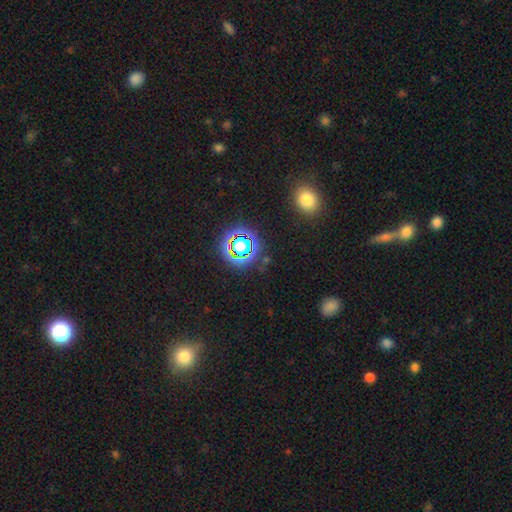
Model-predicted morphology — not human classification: Overall: star or artifact (61%; smooth 31%).